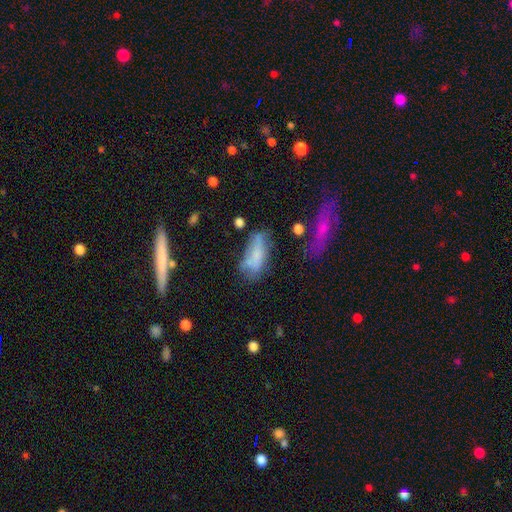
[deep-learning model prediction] smooth_or_featured: smooth (p=0.63) [alt: featured or disk p=0.27]
how_rounded: in between (p=0.72) [alt: cigar-shaped p=0.25]
merging: none (p=0.42) [alt: minor disturbance p=0.29]